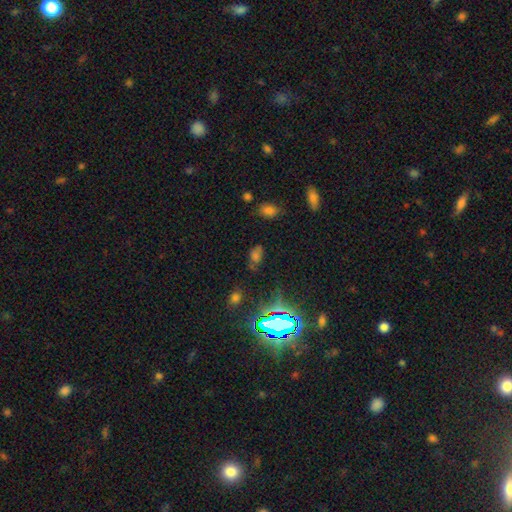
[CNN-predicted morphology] Smooth or featured?
  - star or artifact: 49% *
  - smooth: 37%
  - featured or disk: 14%